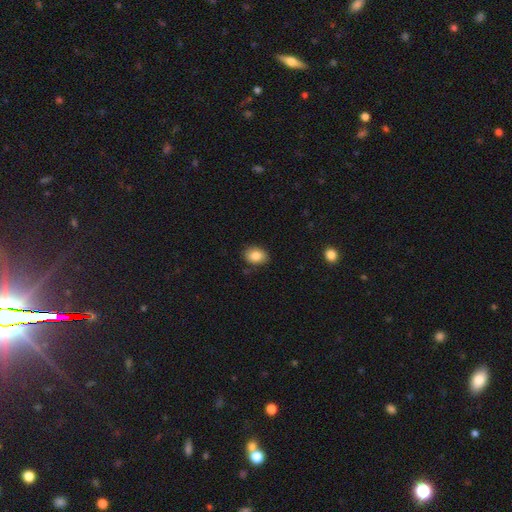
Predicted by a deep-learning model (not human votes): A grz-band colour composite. It shows a smooth galaxy with no disk features (85%) that is in between round and cigar-shaped (68%). Merging: none (84%).